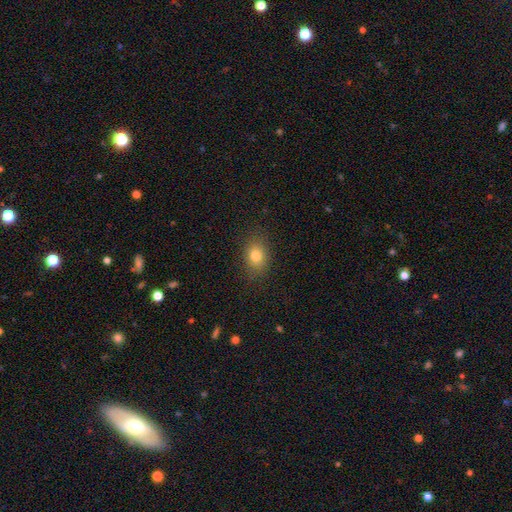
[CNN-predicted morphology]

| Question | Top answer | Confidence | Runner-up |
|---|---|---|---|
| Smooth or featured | smooth | 79% | star or artifact (11%) |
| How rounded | in between | 66% | round (33%) |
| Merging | none | 86% | minor disturbance (10%) |